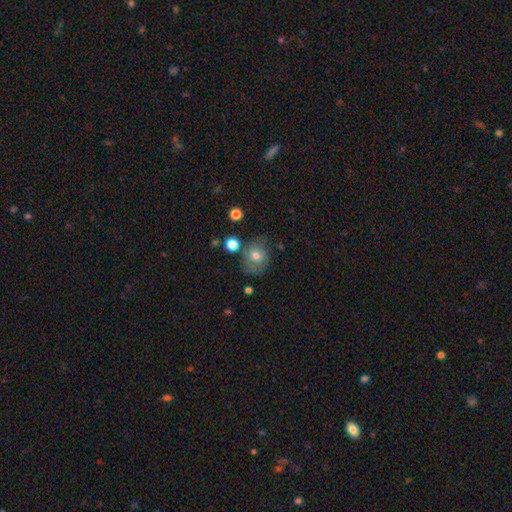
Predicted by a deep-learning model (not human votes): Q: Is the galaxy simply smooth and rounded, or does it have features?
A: smooth — 70%.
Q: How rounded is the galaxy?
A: round — 61%.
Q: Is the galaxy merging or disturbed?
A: none — 60%.